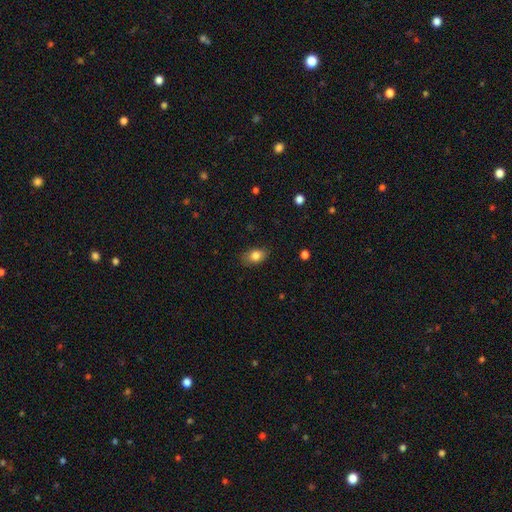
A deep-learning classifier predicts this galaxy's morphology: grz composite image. It shows a smooth galaxy with no disk features (83%) that is in between round and cigar-shaped (80%). Merging: none (81%).